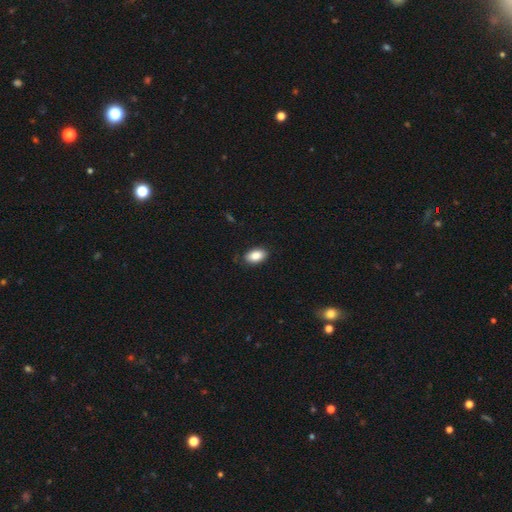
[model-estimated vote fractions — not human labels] smooth-or-featured: smooth: 87% | star or artifact: 7% | featured or disk: 6%
  how-rounded: in between: 92% | round: 6% | cigar-shaped: 2%
  merging: none: 81% | minor disturbance: 15% | major disturbance: 3% | merger: 1%